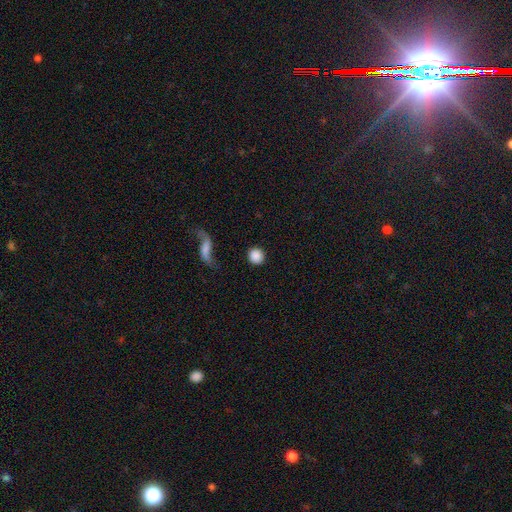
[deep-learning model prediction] Smooth or featured: smooth — 85% (star or artifact — 8%)
How rounded: round — 93% (in between — 6%)
Merging: none — 85% (minor disturbance — 7%)